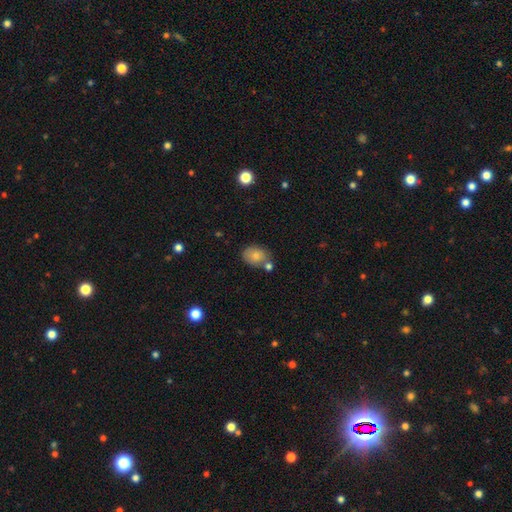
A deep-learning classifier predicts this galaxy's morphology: Smooth or featured? Predicted: smooth (p=0.78). How rounded? Predicted: in between (p=0.62). Merging? Predicted: none (p=0.63).